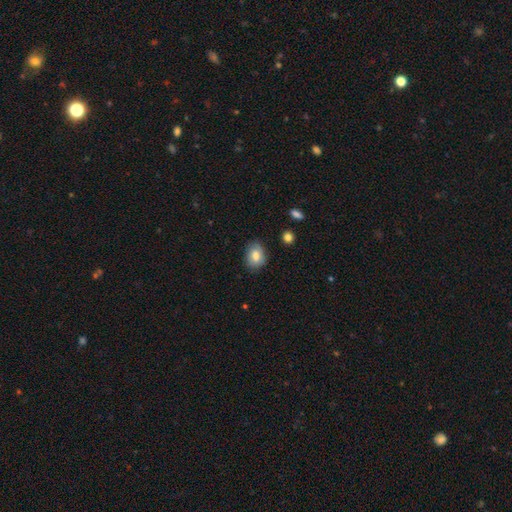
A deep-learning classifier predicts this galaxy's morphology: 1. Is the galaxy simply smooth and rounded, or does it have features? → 80% smooth, 12% featured or disk, 8% star or artifact.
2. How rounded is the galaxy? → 69% in between, 30% round, 1% cigar-shaped.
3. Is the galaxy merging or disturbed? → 80% none, 15% minor disturbance, 3% major disturbance, 1% merger.